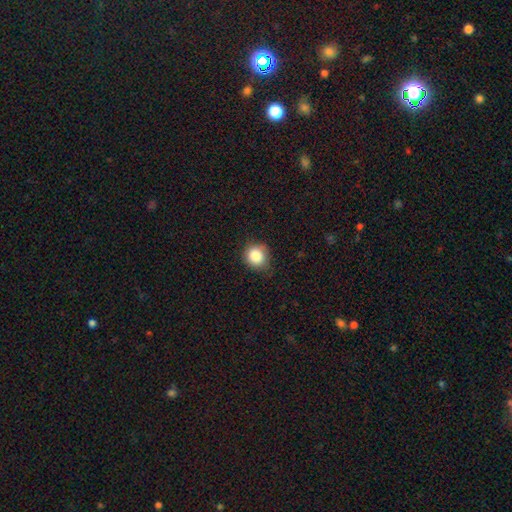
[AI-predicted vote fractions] Overall: smooth (87%). How rounded: round (85%). Merging: none (73%).